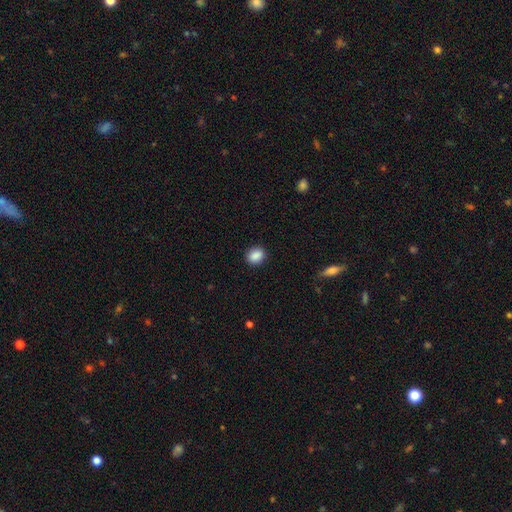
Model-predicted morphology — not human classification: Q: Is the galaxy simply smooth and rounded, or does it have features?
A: smooth — 89%.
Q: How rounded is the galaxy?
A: round — 57%.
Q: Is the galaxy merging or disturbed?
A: none — 89%.